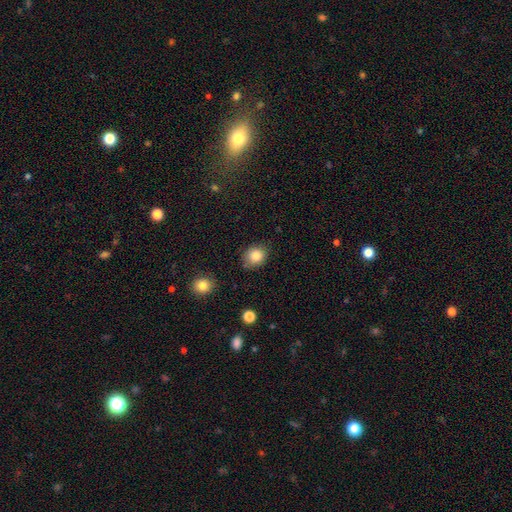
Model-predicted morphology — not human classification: A smooth galaxy with no disk features (85%) that is round (66%).

Vote fractions:
- Smooth or featured? smooth: 85% / star or artifact: 10% / featured or disk: 5%
- How rounded? round: 66% / in between: 33% / cigar-shaped: 1%
- Merging? none: 79% / minor disturbance: 16% / major disturbance: 3% / merger: 3%